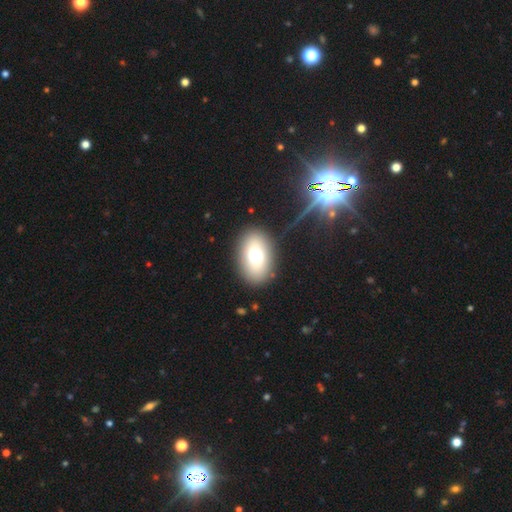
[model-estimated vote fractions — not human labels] A smooth galaxy with no disk features (69%) that is in between round and cigar-shaped (83%). Merging: none (86%).